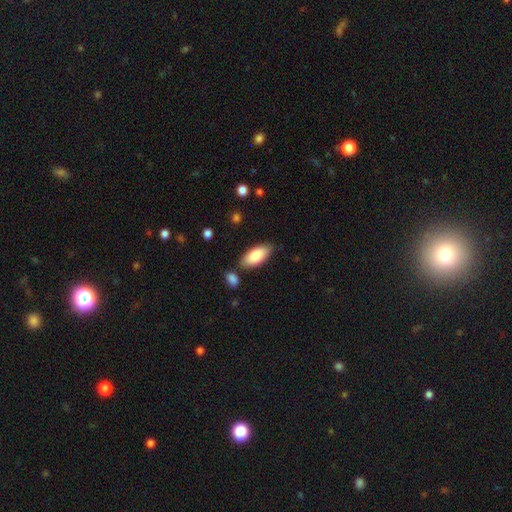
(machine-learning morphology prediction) Smooth or featured? Predicted: smooth (p=0.83). How rounded? Predicted: in between (p=0.88). Merging? Predicted: none (p=0.78).